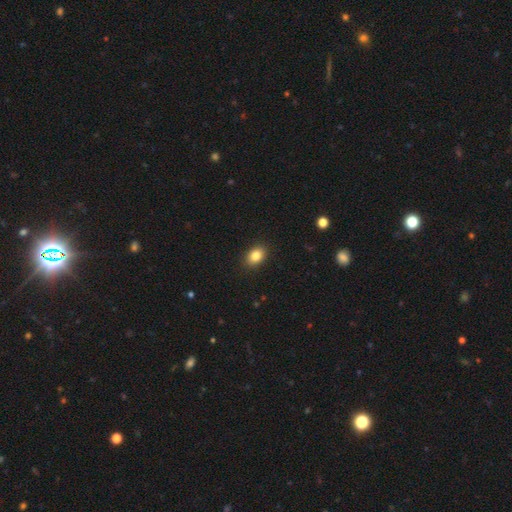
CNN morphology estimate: The model was most divided on "how rounded": in between: 77%, round: 22%, cigar-shaped: 1%. More confident: merging — none (89%); smooth or featured — smooth (85%).